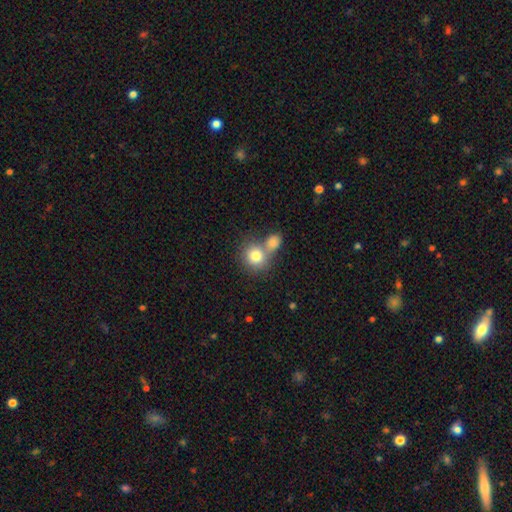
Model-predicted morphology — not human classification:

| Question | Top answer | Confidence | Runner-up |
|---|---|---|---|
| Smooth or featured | smooth | 80% | featured or disk (11%) |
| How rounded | round | 82% | in between (17%) |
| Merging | merger | 45% | none (43%) |